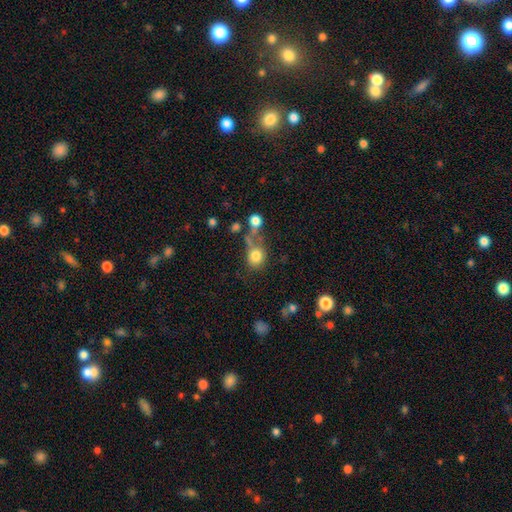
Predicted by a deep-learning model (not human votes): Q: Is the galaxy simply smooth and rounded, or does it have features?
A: smooth — 79%.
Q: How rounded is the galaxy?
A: round — 75%.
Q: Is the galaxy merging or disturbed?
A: none — 44%.